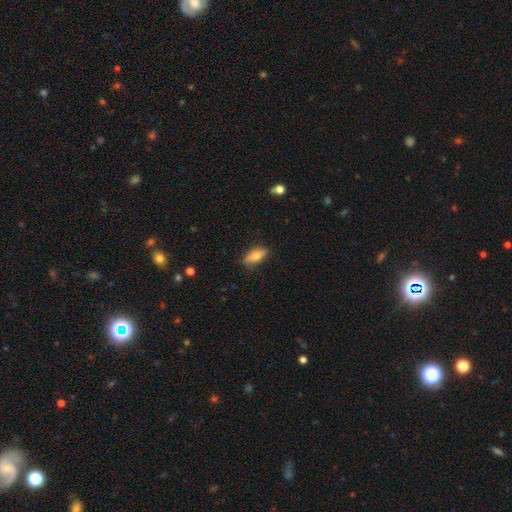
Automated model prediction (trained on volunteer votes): Smooth or featured? smooth (66%)
How rounded? in between (68%)
Merging? none (80%)